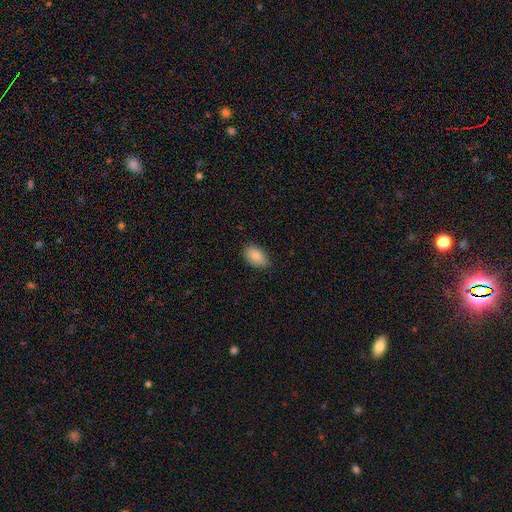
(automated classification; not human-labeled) smooth-or-featured: smooth: 88% | star or artifact: 7% | featured or disk: 5%
  how-rounded: in between: 91% | round: 8% | cigar-shaped: 1%
  merging: none: 82% | minor disturbance: 14% | major disturbance: 3% | merger: 1%